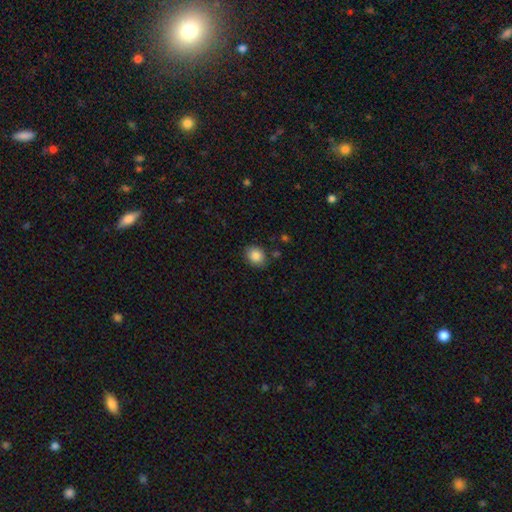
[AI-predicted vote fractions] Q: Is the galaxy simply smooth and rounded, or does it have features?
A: smooth — 86%.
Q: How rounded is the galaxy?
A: round — 55%.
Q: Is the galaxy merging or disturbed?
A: none — 83%.